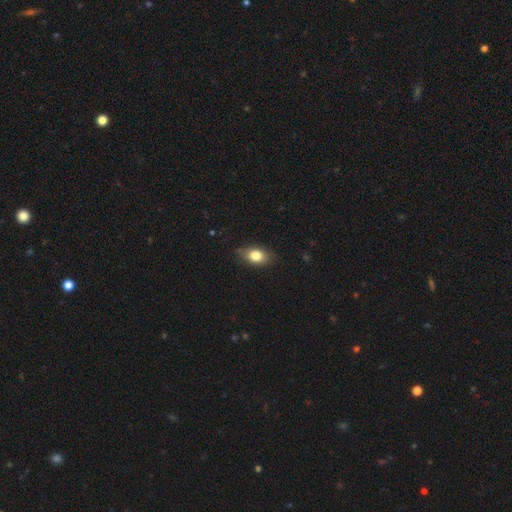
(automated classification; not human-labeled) The model was most divided on "merging": none: 79%, minor disturbance: 17%, major disturbance: 3%, merger: 1%. More confident: how rounded — in between (81%); smooth or featured — smooth (80%).